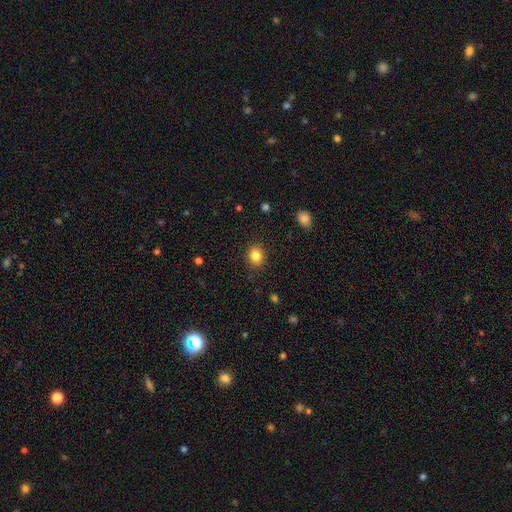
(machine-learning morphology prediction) A smooth galaxy with no disk features (84%) that is round (70%). Merging: none (89%).